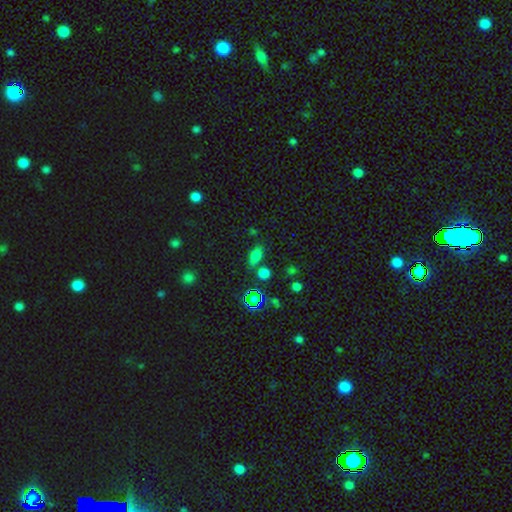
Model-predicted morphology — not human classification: This appears to be a smooth galaxy with no disk features (69%) that is in between round and cigar-shaped (80%). Merging: none (68%).